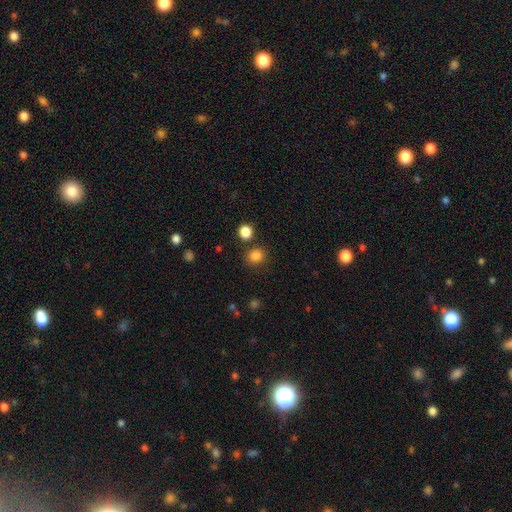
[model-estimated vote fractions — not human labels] Q: Smooth or featured?
A: smooth (83%); runner-up: star or artifact (13%)
Q: How rounded?
A: round (81%); runner-up: in between (18%)
Q: Merging?
A: none (83%); runner-up: minor disturbance (8%)